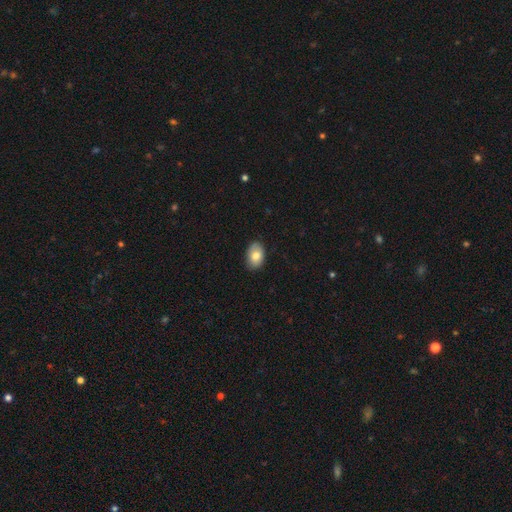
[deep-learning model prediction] smooth 82%, featured or disk 11%, star or artifact 7%. Down the decision tree: how rounded — in between (87%); merging — none (84%).